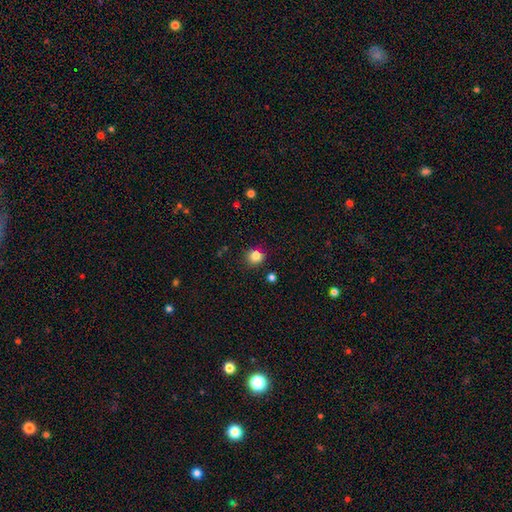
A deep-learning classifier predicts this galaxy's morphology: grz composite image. It shows a smooth galaxy with no disk features (83%) that is round (88%). Merging: none (87%).